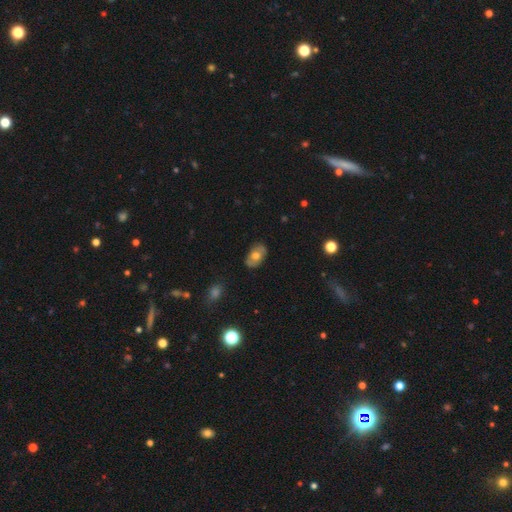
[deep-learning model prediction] Smooth or featured? Predicted: smooth (p=0.61). How rounded? Predicted: in between (p=0.89). Merging? Predicted: none (p=0.81).